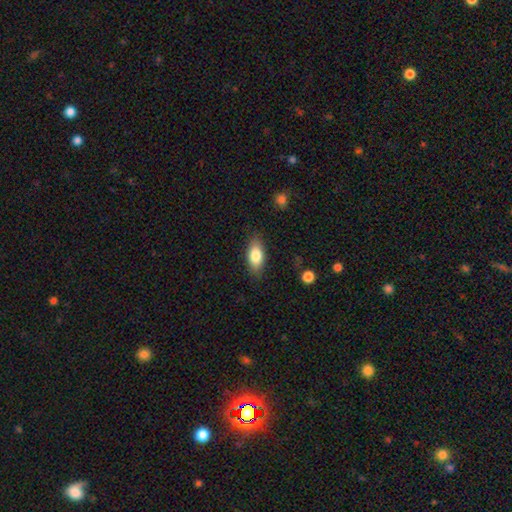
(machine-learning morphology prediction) Smooth or featured: smooth — 81% (featured or disk — 12%)
How rounded: in between — 87% (cigar-shaped — 9%)
Merging: none — 84% (minor disturbance — 12%)